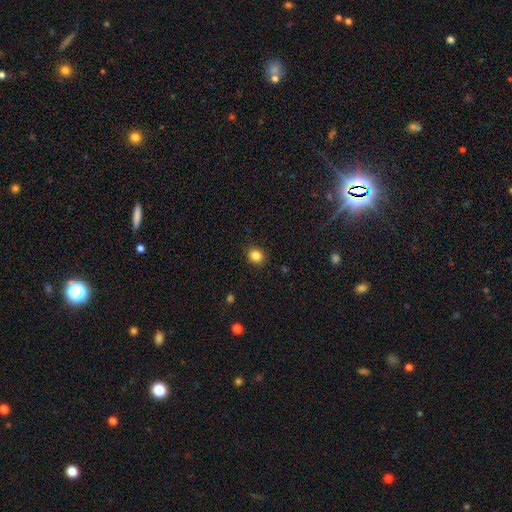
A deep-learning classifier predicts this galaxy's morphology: The model was most divided on "how rounded": round: 74%, in between: 25%, cigar-shaped: 1%. More confident: merging — none (90%); smooth or featured — smooth (84%).